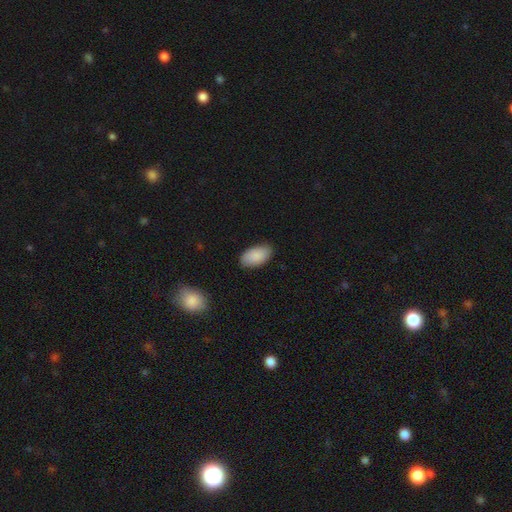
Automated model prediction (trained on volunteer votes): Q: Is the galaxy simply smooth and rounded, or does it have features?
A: smooth — 88%.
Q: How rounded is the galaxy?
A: in between — 95%.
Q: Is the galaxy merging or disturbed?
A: none — 84%.